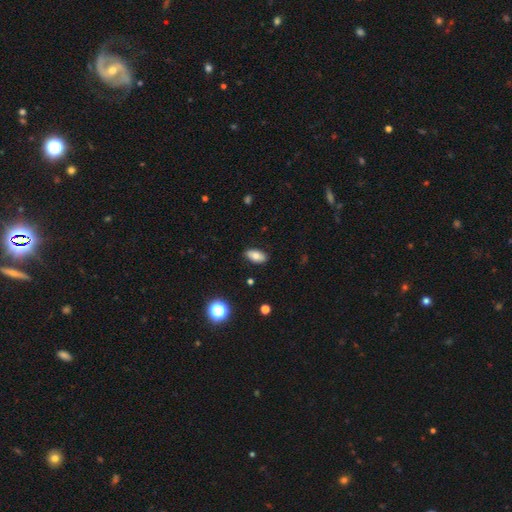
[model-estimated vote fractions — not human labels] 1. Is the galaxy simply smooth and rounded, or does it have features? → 73% smooth, 17% featured or disk, 9% star or artifact.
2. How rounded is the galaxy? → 90% in between, 5% round, 5% cigar-shaped.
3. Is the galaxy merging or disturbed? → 87% none, 10% minor disturbance, 2% major disturbance, 1% merger.